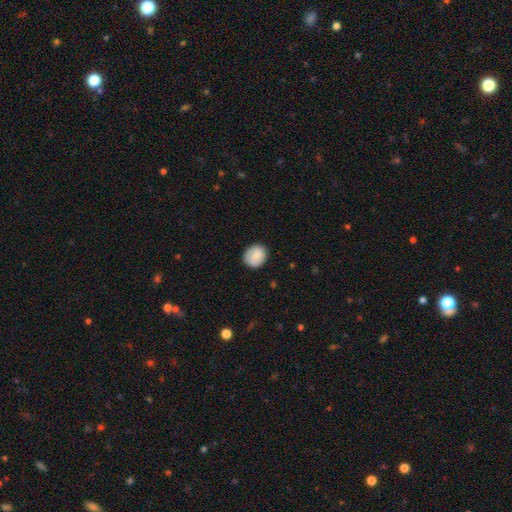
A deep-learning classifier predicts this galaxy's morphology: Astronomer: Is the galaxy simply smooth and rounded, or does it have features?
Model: smooth — 82%.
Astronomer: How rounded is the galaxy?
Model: round — 76%.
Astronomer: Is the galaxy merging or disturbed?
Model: none — 85%.